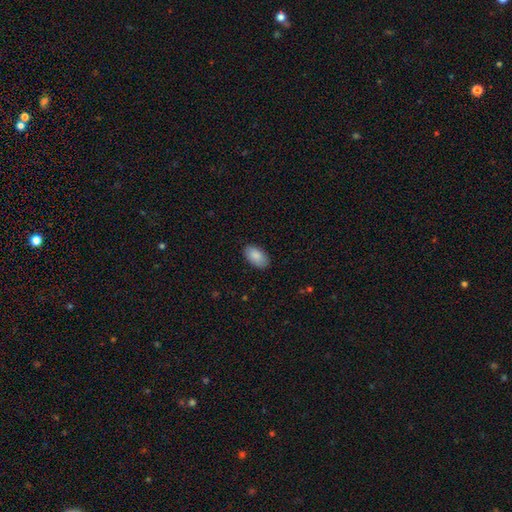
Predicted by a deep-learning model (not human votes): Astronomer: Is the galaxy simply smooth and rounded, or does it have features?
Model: smooth — 88%.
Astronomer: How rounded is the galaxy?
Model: in between — 95%.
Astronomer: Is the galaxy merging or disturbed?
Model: none — 86%.